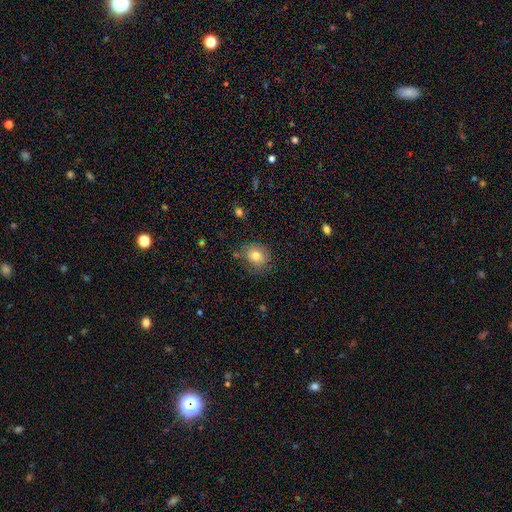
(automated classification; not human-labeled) Smooth or featured? smooth (76%)
How rounded? round (69%)
Merging? none (70%)